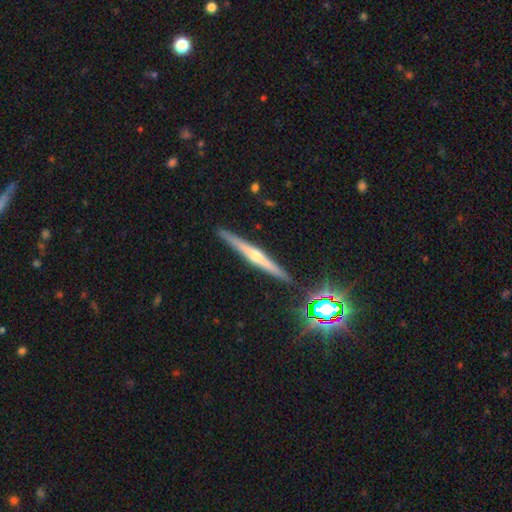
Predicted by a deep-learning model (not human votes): Smooth or featured: featured or disk — 71% (smooth — 19%)
Edge-on disk: yes — 98% (no — 2%)
Edge-on bulge: rounded — 83% (none — 12%)
Merging: none — 91% (minor disturbance — 6%)